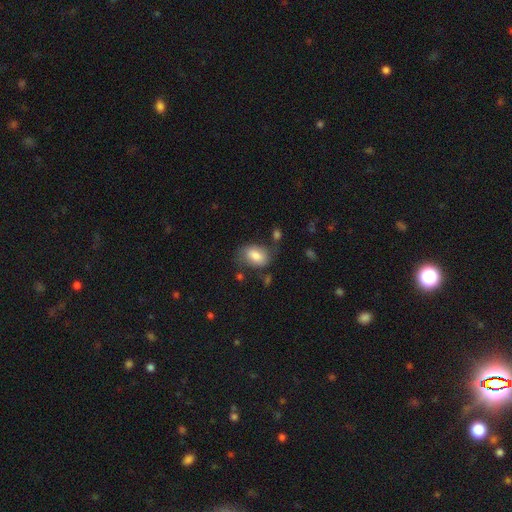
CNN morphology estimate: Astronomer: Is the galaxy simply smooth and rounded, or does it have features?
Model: smooth — 76%.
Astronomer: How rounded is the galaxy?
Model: in between — 84%.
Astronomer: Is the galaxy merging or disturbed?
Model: none — 60%.